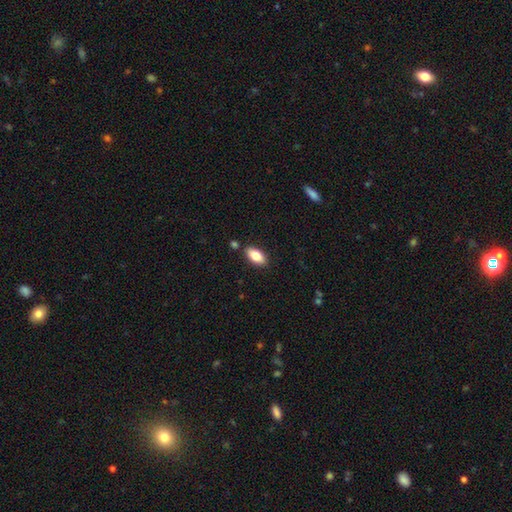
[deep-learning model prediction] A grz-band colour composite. It shows a smooth galaxy with no disk features (82%) that is in between round and cigar-shaped (91%). Merging: none (84%).